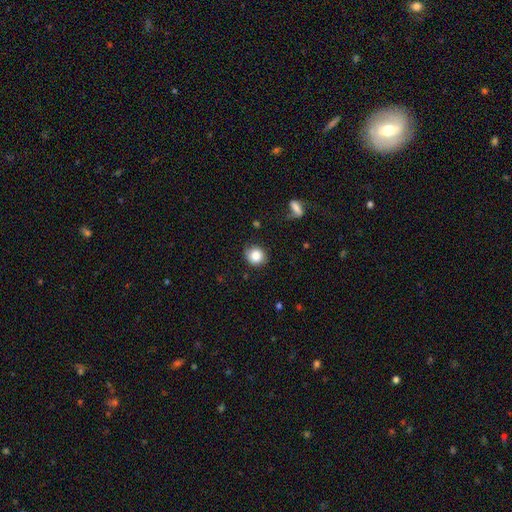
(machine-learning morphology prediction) Q: Smooth or featured?
A: smooth (84%); runner-up: star or artifact (9%)
Q: How rounded?
A: round (83%); runner-up: in between (16%)
Q: Merging?
A: none (82%); runner-up: minor disturbance (14%)